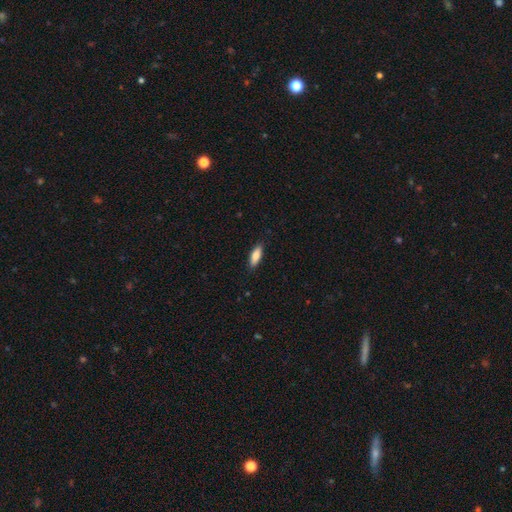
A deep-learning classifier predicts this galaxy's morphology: A smooth galaxy with no disk features (82%) that is in between round and cigar-shaped (62%). Merging: none (87%).